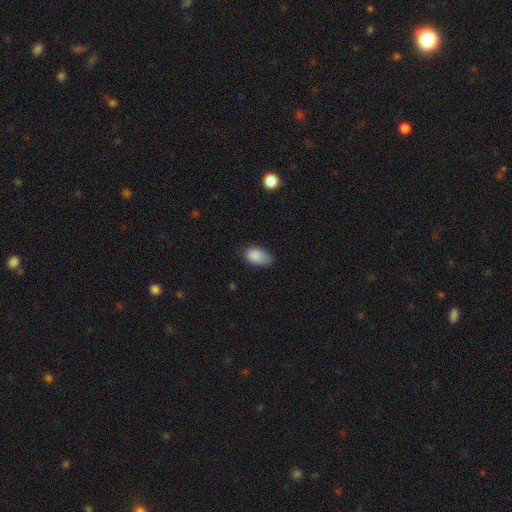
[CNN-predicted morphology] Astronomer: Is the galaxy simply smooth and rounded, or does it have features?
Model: smooth — 87%.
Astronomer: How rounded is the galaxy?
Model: in between — 91%.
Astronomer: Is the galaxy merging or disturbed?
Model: none — 63%.